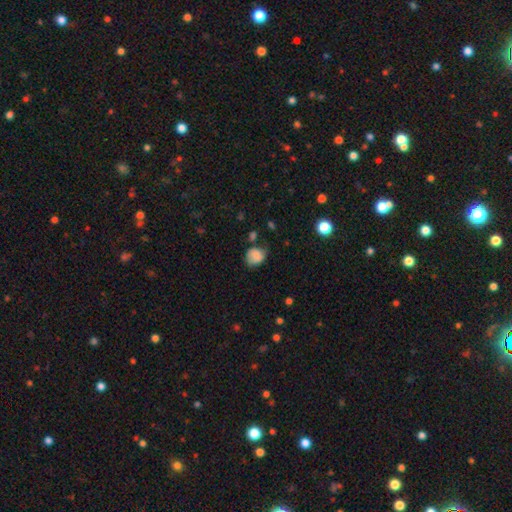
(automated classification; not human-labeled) smooth_or_featured: smooth (p=0.77) [alt: featured or disk p=0.14]
how_rounded: round (p=0.61) [alt: in between p=0.38]
merging: none (p=0.57) [alt: minor disturbance p=0.32]